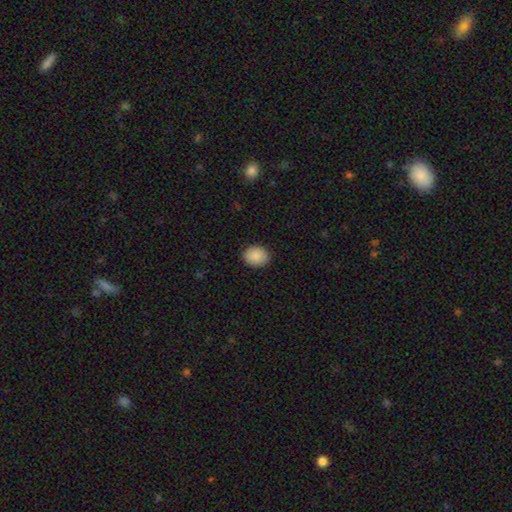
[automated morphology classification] This appears to be a smooth galaxy with no disk features (89%) that is round (56%). Merging: none (89%).